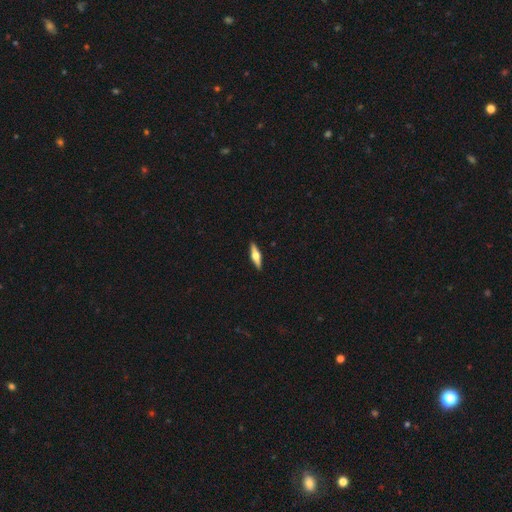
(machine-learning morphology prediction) This is likely a featured or disk galaxy (68%). It is clearly viewed edge-on (97%). Edge-on bulge: clearly rounded (95%). Merging: clearly none (92%).